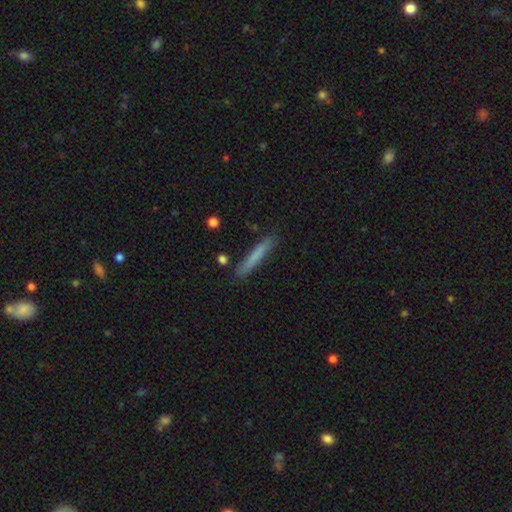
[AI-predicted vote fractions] Smooth or featured? Predicted: smooth (p=0.74). How rounded? Predicted: cigar-shaped (p=0.96). Merging? Predicted: none (p=0.88).